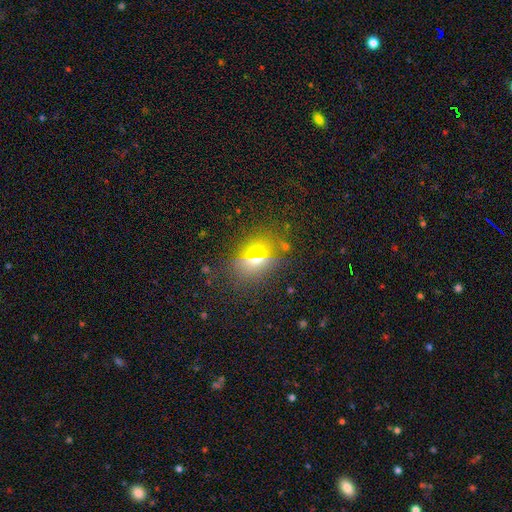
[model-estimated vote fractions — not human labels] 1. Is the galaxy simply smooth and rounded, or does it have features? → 52% smooth, 25% star or artifact, 23% featured or disk.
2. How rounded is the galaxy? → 48% in between, 44% round, 7% cigar-shaped.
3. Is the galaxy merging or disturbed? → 78% none, 11% minor disturbance, 7% merger, 5% major disturbance.